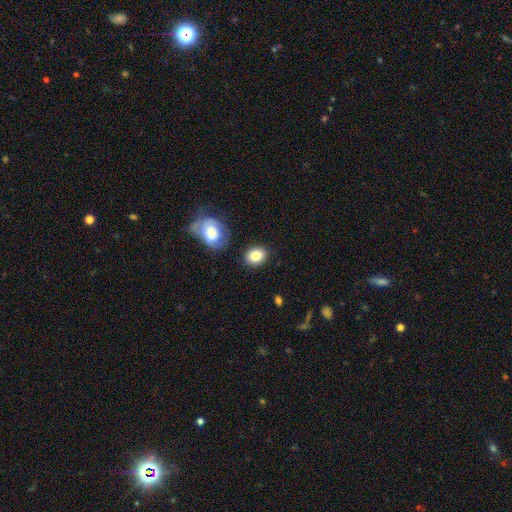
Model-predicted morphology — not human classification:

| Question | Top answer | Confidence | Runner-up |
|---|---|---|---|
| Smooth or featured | smooth | 83% | star or artifact (9%) |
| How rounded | round | 50% | in between (49%) |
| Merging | none | 82% | minor disturbance (11%) |